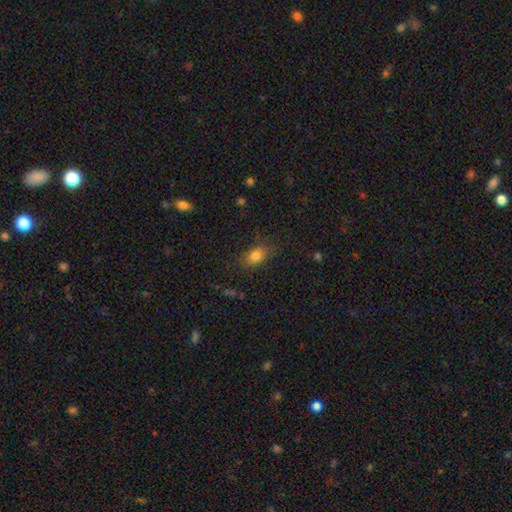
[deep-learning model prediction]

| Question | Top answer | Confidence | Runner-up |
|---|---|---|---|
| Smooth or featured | smooth | 81% | star or artifact (11%) |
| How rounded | in between | 78% | round (19%) |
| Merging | none | 78% | minor disturbance (16%) |